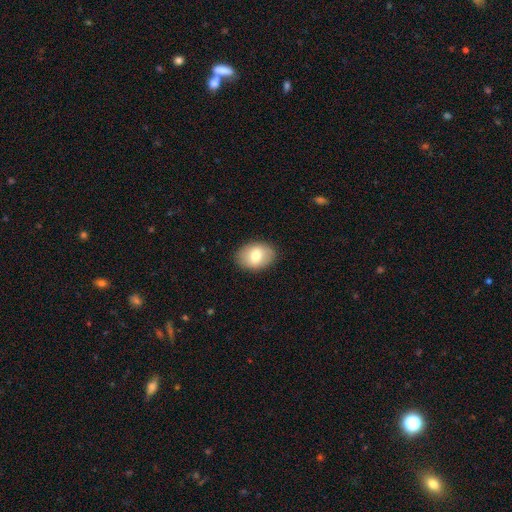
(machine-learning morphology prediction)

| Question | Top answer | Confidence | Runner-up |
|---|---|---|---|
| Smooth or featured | smooth | 74% | featured or disk (19%) |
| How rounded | in between | 77% | round (22%) |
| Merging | none | 87% | minor disturbance (10%) |